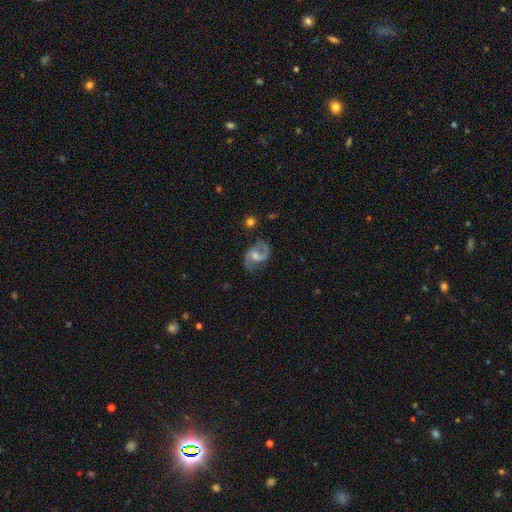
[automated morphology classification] Smooth or featured? Predicted: featured or disk (p=0.87). Edge-on disk? Predicted: no (p=0.98). Bar? Predicted: weak (p=0.47). Spiral arms? Predicted: yes (p=0.96). Spiral winding? Predicted: medium (p=0.50). Spiral arm count? Predicted: 2 (p=0.92). Bulge size? Predicted: moderate (p=0.51). Merging? Predicted: none (p=0.73).